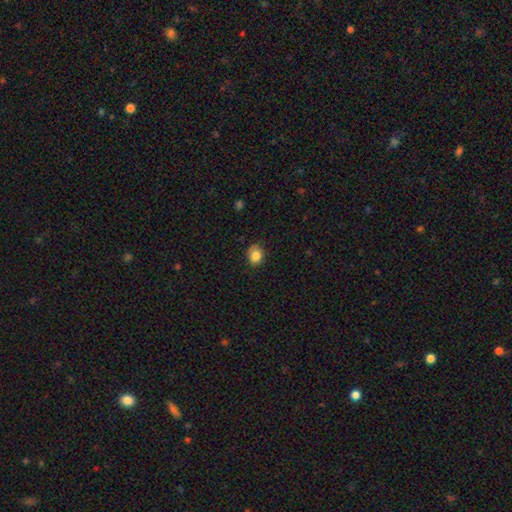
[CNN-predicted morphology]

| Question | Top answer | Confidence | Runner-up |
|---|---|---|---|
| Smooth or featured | smooth | 84% | star or artifact (10%) |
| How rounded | round | 59% | in between (40%) |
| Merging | none | 76% | minor disturbance (20%) |